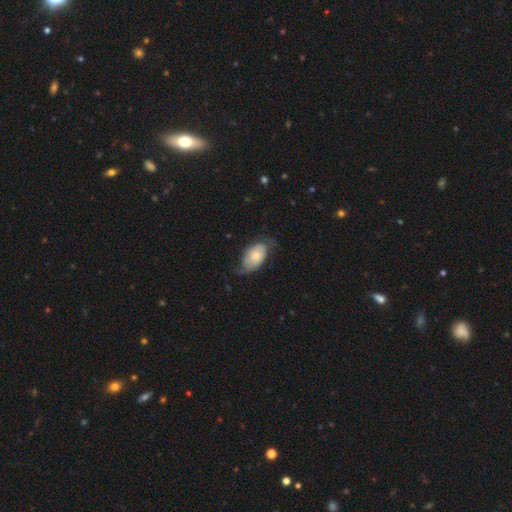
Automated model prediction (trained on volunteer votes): Smooth or featured? Predicted: smooth (p=0.58). How rounded? Predicted: in between (p=0.92). Merging? Predicted: none (p=0.49).